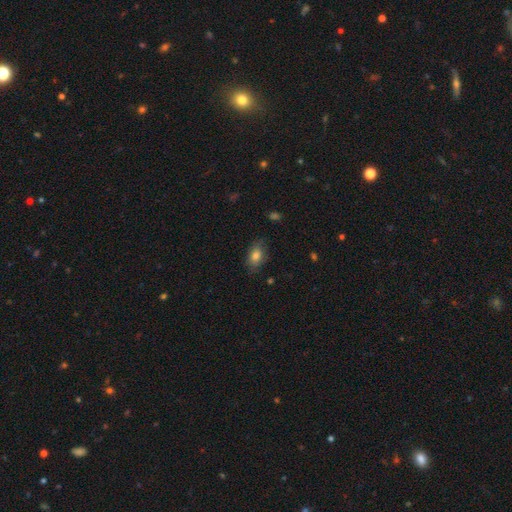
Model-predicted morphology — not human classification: Overall: smooth (81%). How rounded: in between (85%). Merging: none (77%).